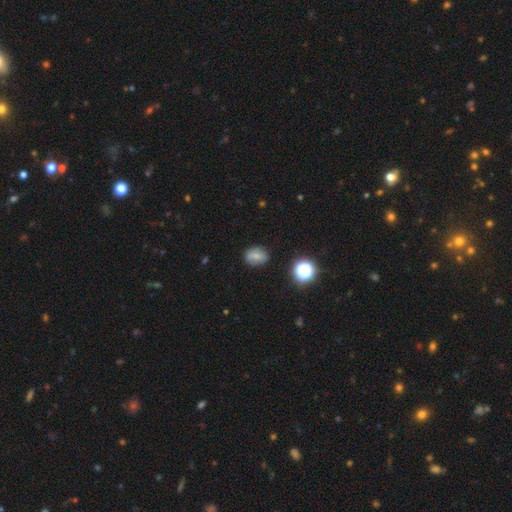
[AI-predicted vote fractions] smooth-or-featured: smooth: 69% | featured or disk: 17% | star or artifact: 14%
  how-rounded: in between: 60% | round: 38% | cigar-shaped: 2%
  merging: none: 82% | minor disturbance: 13% | major disturbance: 3% | merger: 2%